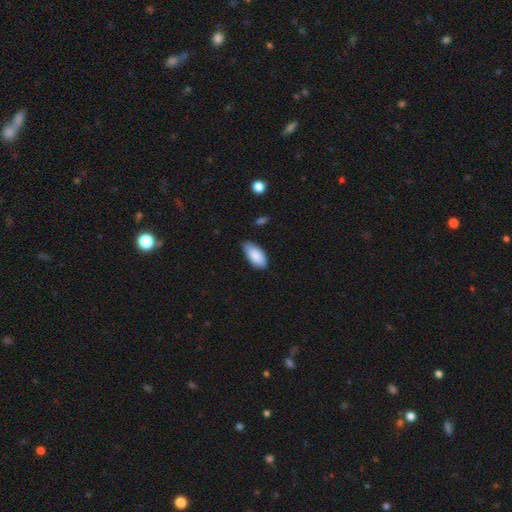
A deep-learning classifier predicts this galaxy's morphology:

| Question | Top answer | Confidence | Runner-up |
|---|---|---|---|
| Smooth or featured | smooth | 88% | featured or disk (6%) |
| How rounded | in between | 92% | cigar-shaped (6%) |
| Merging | none | 72% | minor disturbance (24%) |